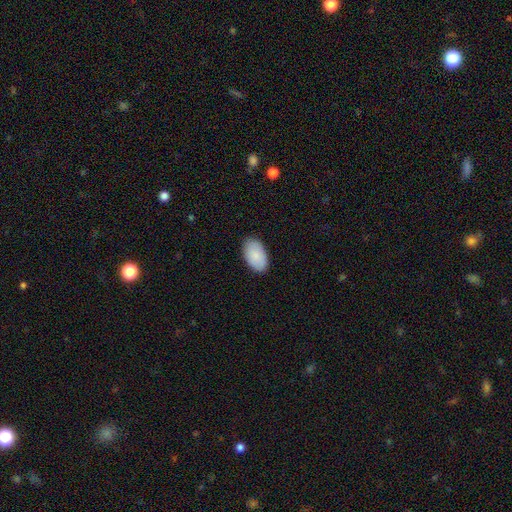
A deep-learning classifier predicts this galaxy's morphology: A smooth galaxy with no disk features (88%) that is in between round and cigar-shaped (95%). Merging: none (87%).